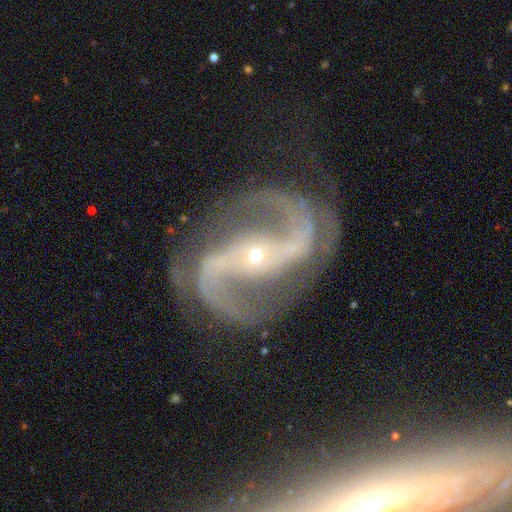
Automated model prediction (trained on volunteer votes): A featured or disk galaxy (92%) with a strong bar (48%), 2 (91%) medium (54%) spiral arms (98%) and a small central bulge (81%).

Vote fractions:
- Smooth or featured? featured or disk: 92% / star or artifact: 5% / smooth: 2%
- Edge-on disk? no: 98% / yes: 2%
- Bar? strong: 48% / no: 29% / weak: 23%
- Spiral arms? yes: 98% / no: 2%
- Spiral winding? medium: 54% / loose: 31% / tight: 15%
- Spiral arm count? 2: 91% / 3: 3% / can't tell: 2% / 1: 2% / 4: 2% / more than 4: 2%
- Bulge size? small: 81% / moderate: 16% / large: 1% / dominant: 1% / none: 1%
- Merging? none: 70% / minor disturbance: 16% / major disturbance: 10% / merger: 4%